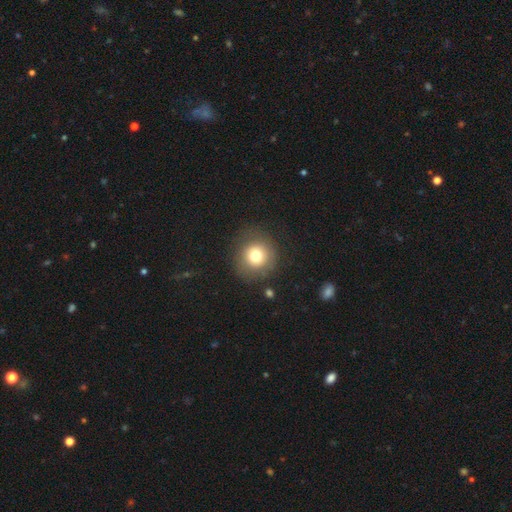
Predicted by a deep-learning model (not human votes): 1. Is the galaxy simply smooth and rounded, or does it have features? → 74% smooth, 14% featured or disk, 12% star or artifact.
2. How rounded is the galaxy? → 91% round, 8% in between, 1% cigar-shaped.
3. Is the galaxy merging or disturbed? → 82% none, 11% minor disturbance, 5% major disturbance, 2% merger.